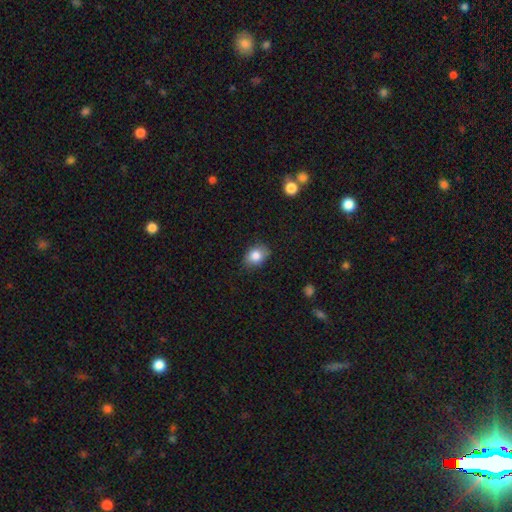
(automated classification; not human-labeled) Morphology: type=smooth (82%); roundness=in between (64%); merging=none (80%).